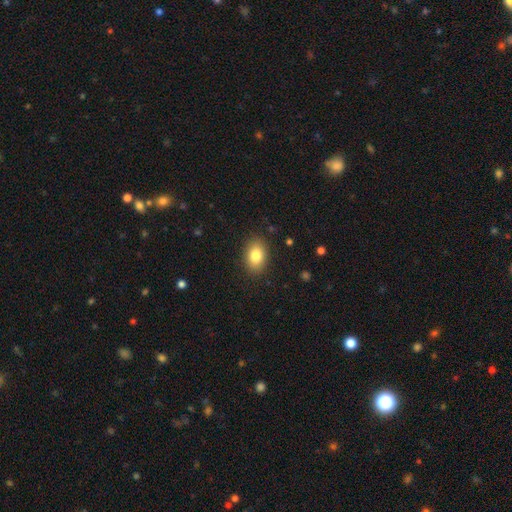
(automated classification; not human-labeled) Smooth or featured?
  - smooth: 83% *
  - featured or disk: 9%
  - star or artifact: 8%
How rounded?
  - in between: 84% *
  - round: 15%
  - cigar-shaped: 1%
Merging?
  - none: 88% *
  - minor disturbance: 9%
  - major disturbance: 2%
  - merger: 1%